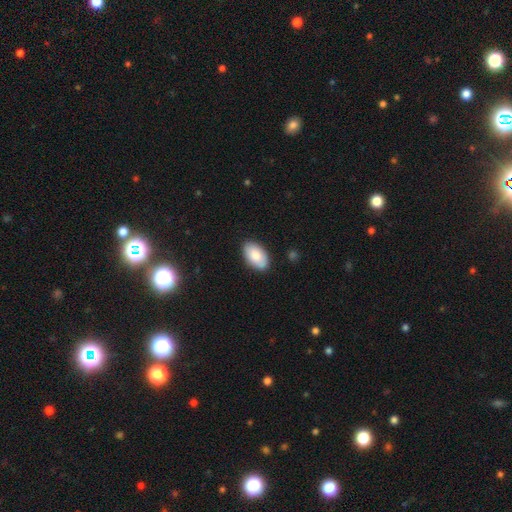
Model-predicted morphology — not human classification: smooth-or-featured: smooth: 81% | featured or disk: 13% | star or artifact: 6%
  how-rounded: in between: 95% | round: 4% | cigar-shaped: 1%
  merging: none: 86% | minor disturbance: 10% | major disturbance: 2% | merger: 1%